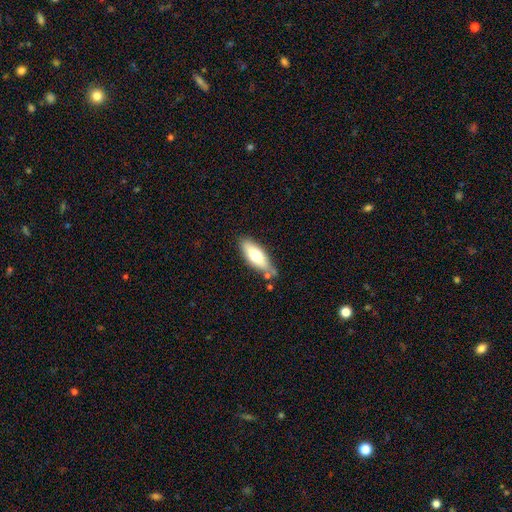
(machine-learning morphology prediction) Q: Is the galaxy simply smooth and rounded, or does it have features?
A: smooth — 68%.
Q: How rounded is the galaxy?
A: in between — 75%.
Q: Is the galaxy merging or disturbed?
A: none — 66%.